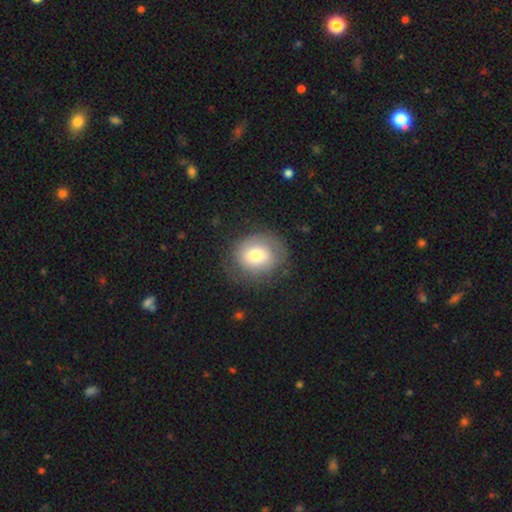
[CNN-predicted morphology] Smooth or featured?
  - smooth: 70% *
  - featured or disk: 21%
  - star or artifact: 9%
How rounded?
  - round: 73% *
  - in between: 27%
  - cigar-shaped: 1%
Merging?
  - none: 69% *
  - minor disturbance: 19%
  - major disturbance: 10%
  - merger: 1%